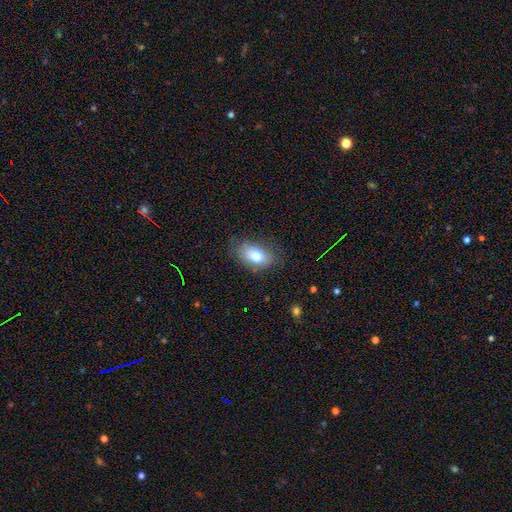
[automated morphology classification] Smooth or featured? smooth (74%)
How rounded? in between (87%)
Merging? none (73%)